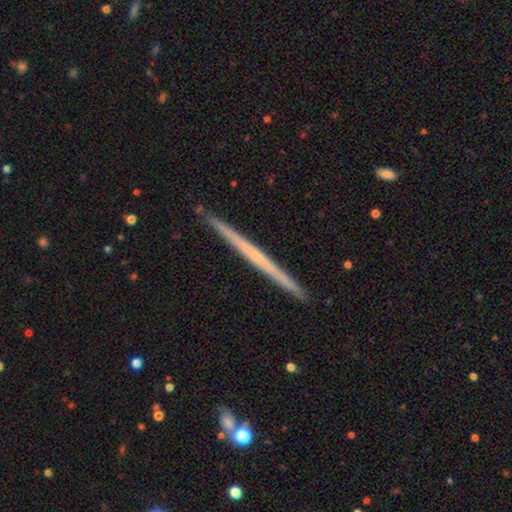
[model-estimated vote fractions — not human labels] Morphology: type=featured or disk (61%); edge-on=yes (98%); edge-on bulge=none (88%); merging=none (92%).